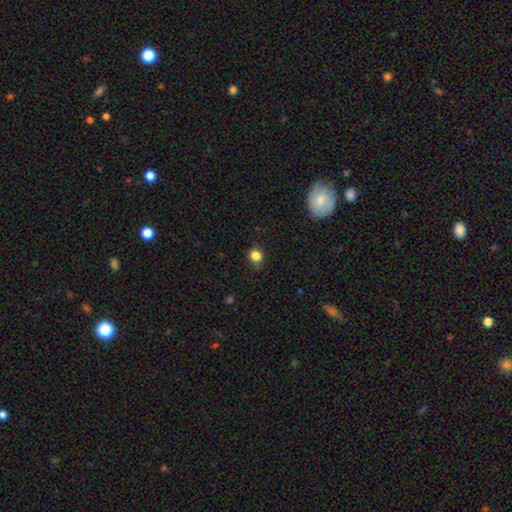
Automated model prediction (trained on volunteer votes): The model was most divided on "merging": none: 80%, minor disturbance: 15%, major disturbance: 3%, merger: 1%. More confident: smooth or featured — smooth (83%); how rounded — round (82%).